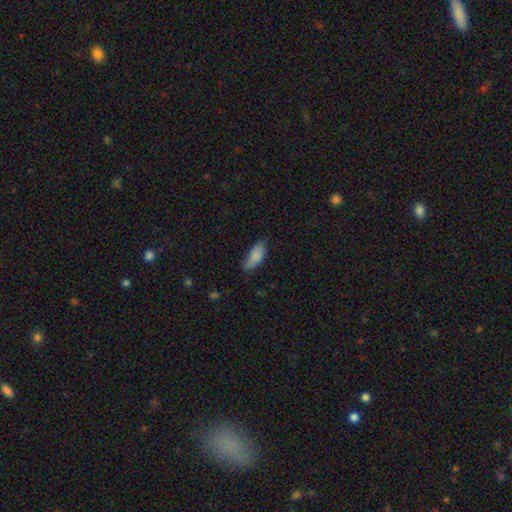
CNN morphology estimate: This appears to be a smooth galaxy with no disk features (82%) that is in between round and cigar-shaped (81%). Merging: none (58%).